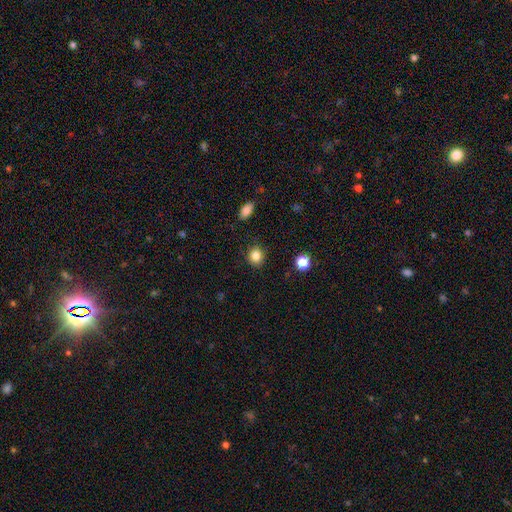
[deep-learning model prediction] Smooth or featured: smooth — 84% (star or artifact — 11%)
How rounded: round — 83% (in between — 16%)
Merging: none — 89% (minor disturbance — 8%)